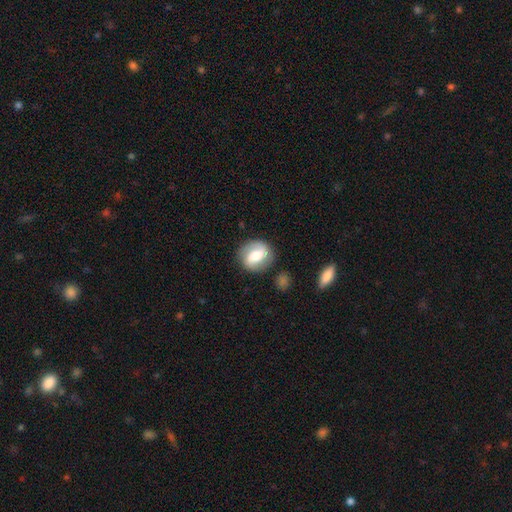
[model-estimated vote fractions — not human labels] Smooth or featured? Predicted: featured or disk (p=0.55). Edge-on disk? Predicted: no (p=0.96). Bar? Predicted: weak (p=0.41). Spiral arms? Predicted: yes (p=0.78). Bulge size? Predicted: moderate (p=0.61). Merging? Predicted: none (p=0.81).